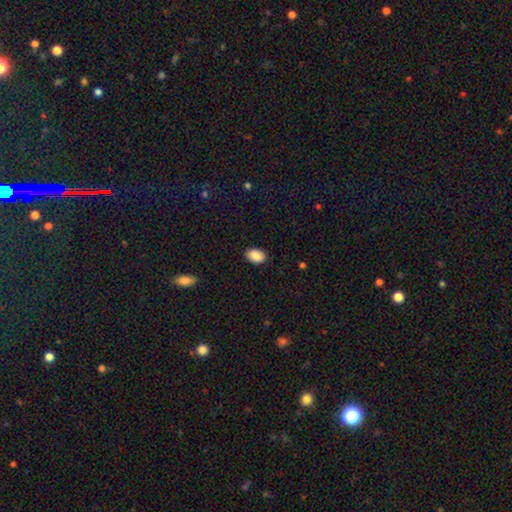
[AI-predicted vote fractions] smooth-or-featured: smooth: 89% | star or artifact: 7% | featured or disk: 4%
  how-rounded: in between: 87% | round: 12% | cigar-shaped: 1%
  merging: none: 88% | minor disturbance: 9% | major disturbance: 2% | merger: 1%